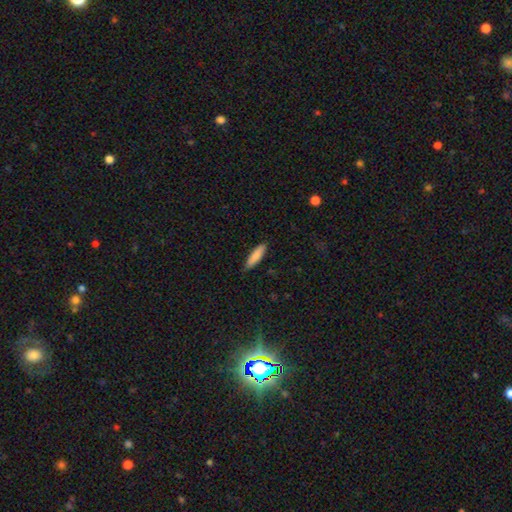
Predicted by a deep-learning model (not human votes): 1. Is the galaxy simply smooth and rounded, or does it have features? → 86% smooth, 9% featured or disk, 6% star or artifact.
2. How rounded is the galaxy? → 63% cigar-shaped, 36% in between, 1% round.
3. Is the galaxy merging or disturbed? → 85% none, 12% minor disturbance, 2% major disturbance, 1% merger.